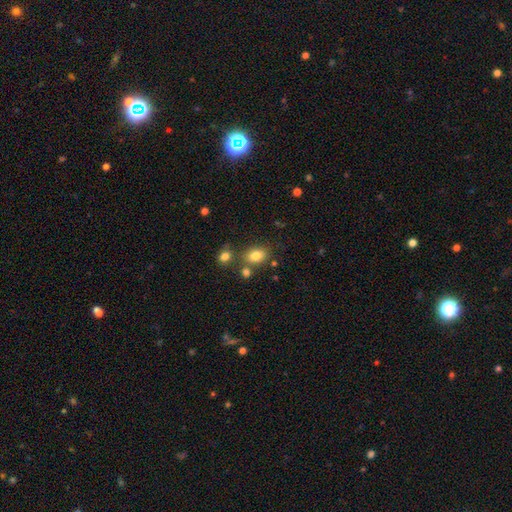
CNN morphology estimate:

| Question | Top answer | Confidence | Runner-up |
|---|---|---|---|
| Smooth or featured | smooth | 81% | star or artifact (11%) |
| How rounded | in between | 72% | round (27%) |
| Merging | none | 70% | merger (14%) |